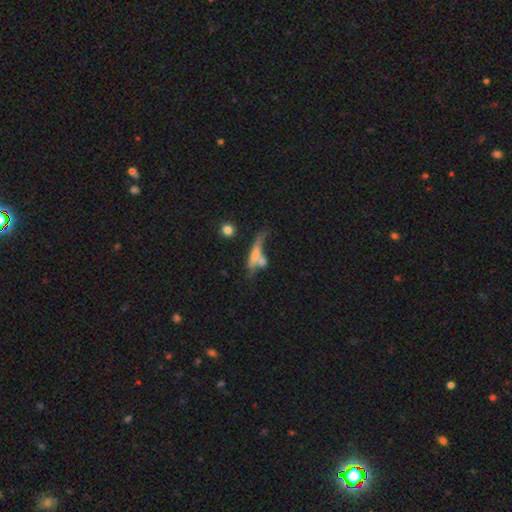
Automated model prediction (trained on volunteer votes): Overall: smooth (48%; featured or disk 42%). Merging: merger (35%; none 32%).